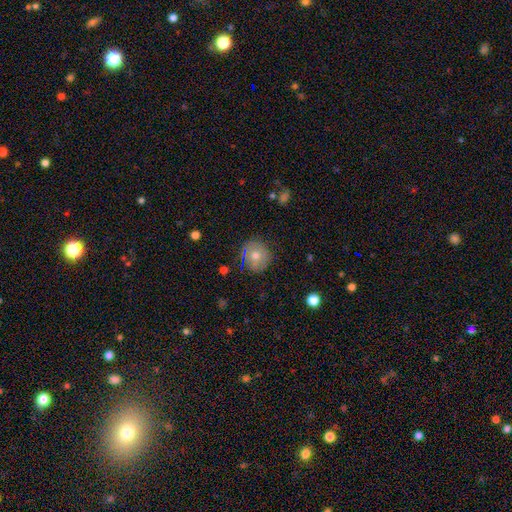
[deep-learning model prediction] The model was most divided on "smooth or featured": smooth: 68%, featured or disk: 21%, star or artifact: 11%. More confident: how rounded — round (87%); merging — none (81%).